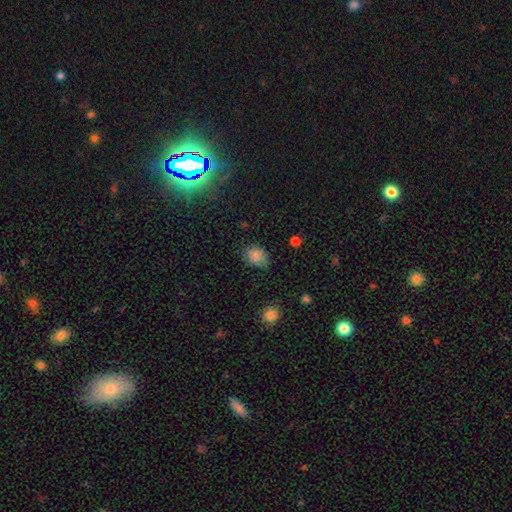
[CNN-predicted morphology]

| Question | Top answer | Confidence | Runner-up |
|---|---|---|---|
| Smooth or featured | smooth | 83% | star or artifact (11%) |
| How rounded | in between | 59% | round (40%) |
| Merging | none | 70% | minor disturbance (23%) |